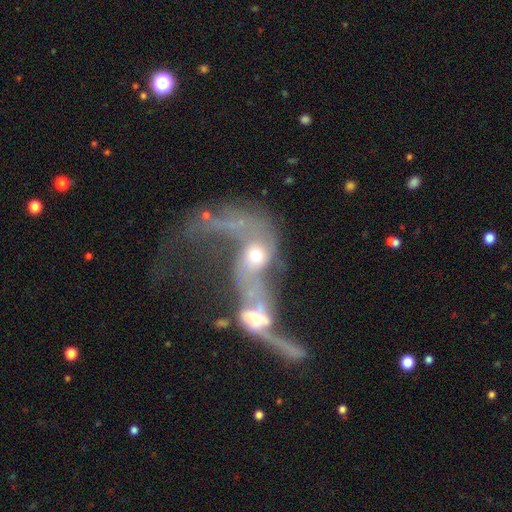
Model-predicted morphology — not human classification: Smooth or featured: featured or disk — 60% (smooth — 28%)
Edge-on disk: no — 92% (yes — 8%)
Bar: no — 69% (weak — 21%)
Spiral arms: yes — 58% (no — 42%)
Bulge size: moderate — 58% (small — 20%)
Merging: merger — 79% (major disturbance — 14%)